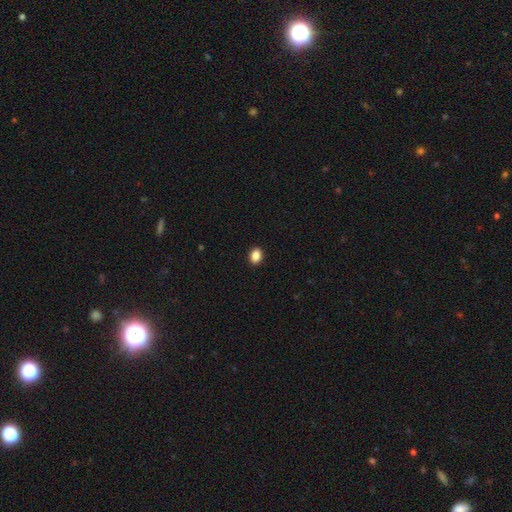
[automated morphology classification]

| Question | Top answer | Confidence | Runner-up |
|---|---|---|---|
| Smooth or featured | smooth | 88% | star or artifact (9%) |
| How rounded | in between | 67% | round (32%) |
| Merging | none | 91% | minor disturbance (6%) |